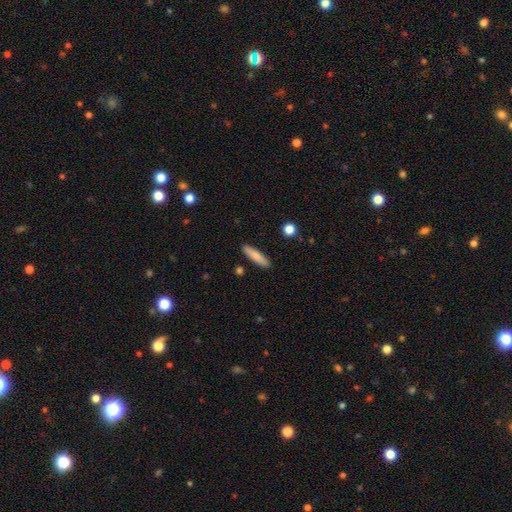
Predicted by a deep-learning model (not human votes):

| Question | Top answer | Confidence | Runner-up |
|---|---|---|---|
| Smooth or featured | smooth | 81% | featured or disk (13%) |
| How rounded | cigar-shaped | 81% | in between (18%) |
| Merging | none | 89% | minor disturbance (8%) |